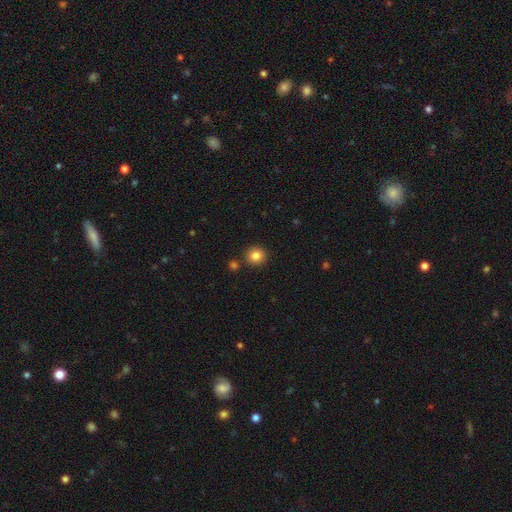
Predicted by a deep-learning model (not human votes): smooth-or-featured: smooth: 85% | star or artifact: 10% | featured or disk: 5%
  how-rounded: round: 91% | in between: 8% | cigar-shaped: 1%
  merging: none: 86% | minor disturbance: 6% | merger: 5% | major disturbance: 2%